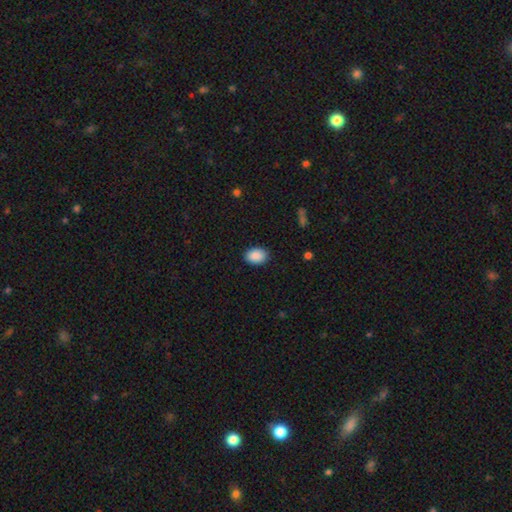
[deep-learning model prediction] smooth-or-featured: smooth: 90% | star or artifact: 7% | featured or disk: 3%
  how-rounded: in between: 81% | round: 18% | cigar-shaped: 1%
  merging: none: 88% | minor disturbance: 9% | major disturbance: 2% | merger: 1%